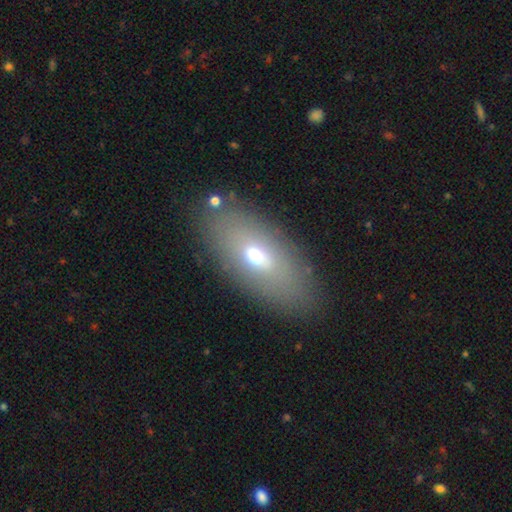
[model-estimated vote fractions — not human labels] Morphology: type=smooth (60%); roundness=in between (83%); merging=none (84%).